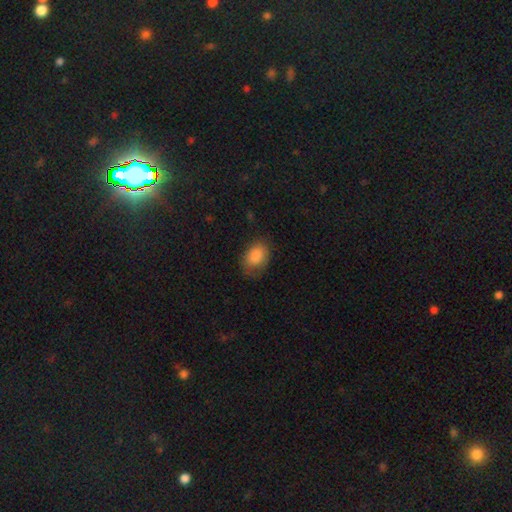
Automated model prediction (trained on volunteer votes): smooth_or_featured: smooth (p=0.85) [alt: featured or disk p=0.08]
how_rounded: in between (p=0.76) [alt: round p=0.23]
merging: none (p=0.65) [alt: minor disturbance p=0.25]